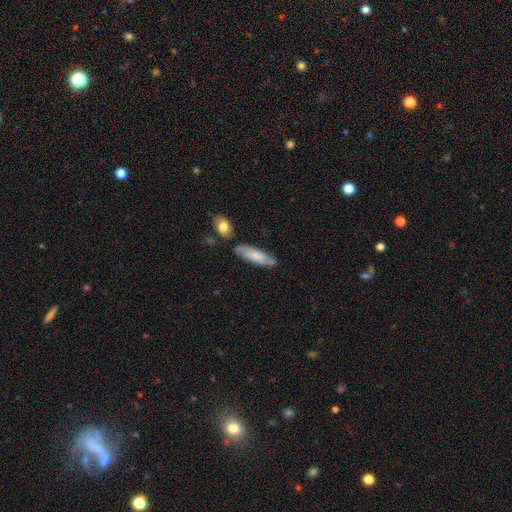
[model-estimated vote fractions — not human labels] A smooth galaxy with no disk features (70%) that is cigar-shaped (52%).

Vote fractions:
- Smooth or featured? smooth: 70% / featured or disk: 24% / star or artifact: 6%
- How rounded? cigar-shaped: 52% / in between: 47% / round: 2%
- Merging? none: 73% / minor disturbance: 17% / merger: 7% / major disturbance: 3%